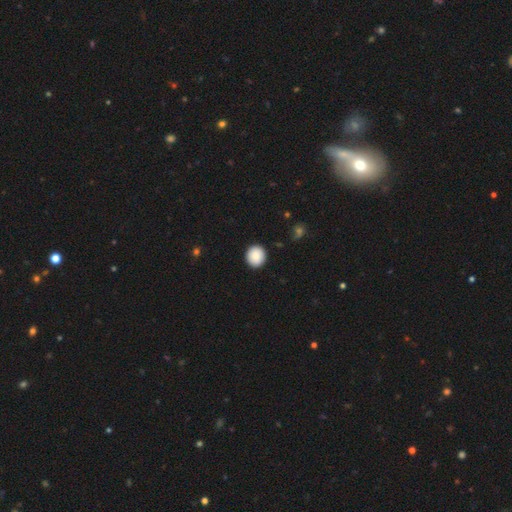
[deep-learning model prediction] The model was most divided on "how rounded": round: 87%, in between: 12%, cigar-shaped: 1%. More confident: merging — none (91%); smooth or featured — smooth (87%).